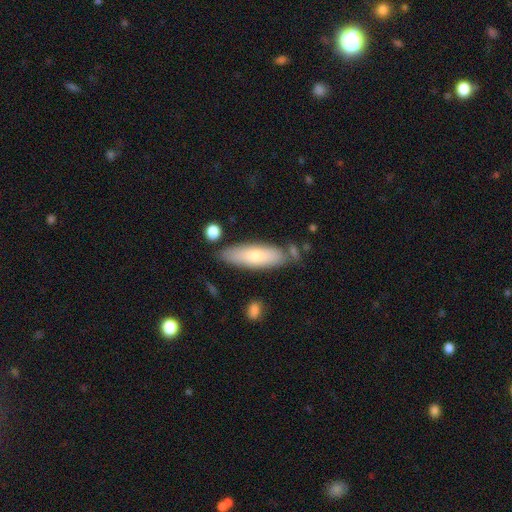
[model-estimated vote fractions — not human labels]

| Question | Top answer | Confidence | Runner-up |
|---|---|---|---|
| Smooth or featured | smooth | 71% | featured or disk (23%) |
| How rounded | cigar-shaped | 50% | in between (48%) |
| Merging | none | 76% | minor disturbance (15%) |